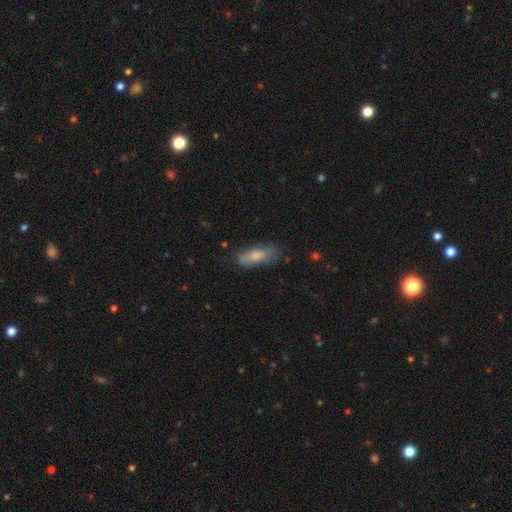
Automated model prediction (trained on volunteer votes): The model was most divided on "how rounded": in between: 63%, cigar-shaped: 34%, round: 2%. More confident: smooth or featured — smooth (74%); merging — none (68%).